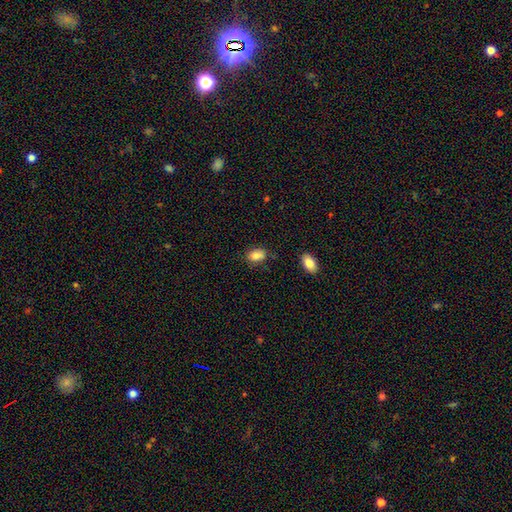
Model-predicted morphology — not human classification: This appears to be a smooth galaxy with no disk features (83%) that is in between round and cigar-shaped (82%). Merging: none (72%).